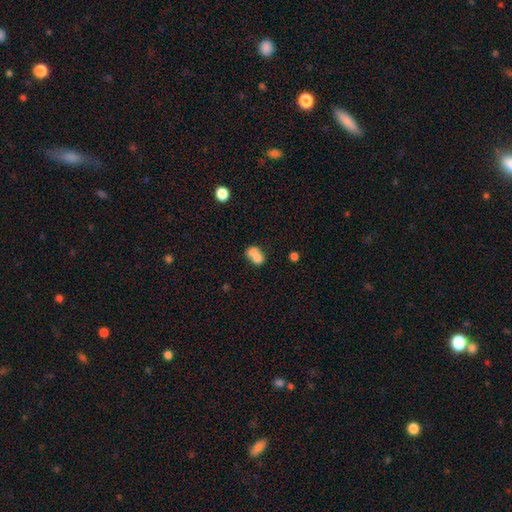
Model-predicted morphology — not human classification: Smooth or featured? smooth (72%)
How rounded? in between (58%)
Merging? merger (66%)